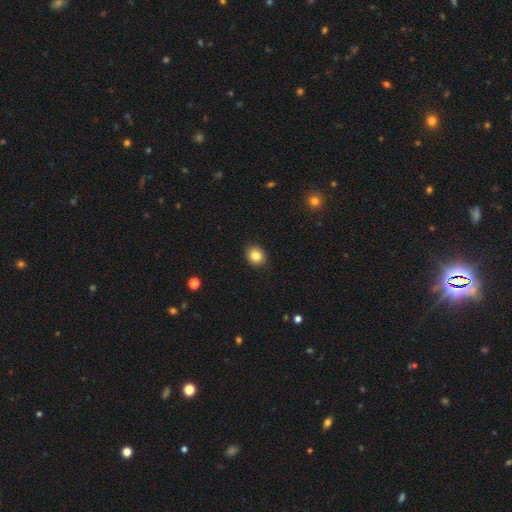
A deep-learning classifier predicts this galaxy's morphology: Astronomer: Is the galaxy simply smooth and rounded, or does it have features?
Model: smooth — 84%.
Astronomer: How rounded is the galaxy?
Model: round — 69%.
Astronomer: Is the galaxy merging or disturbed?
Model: none — 91%.